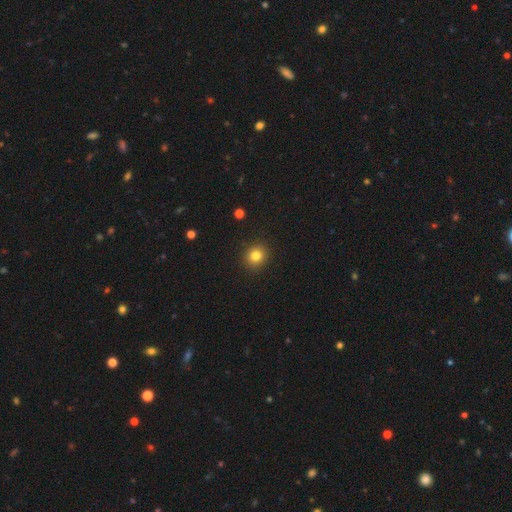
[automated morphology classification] Smooth or featured: smooth — 81% (star or artifact — 12%)
How rounded: round — 84% (in between — 15%)
Merging: none — 91% (minor disturbance — 6%)